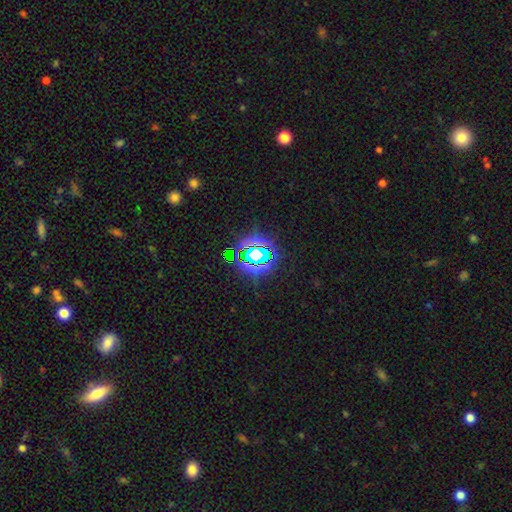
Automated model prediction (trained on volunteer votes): Morphology: type=star or artifact (71%).